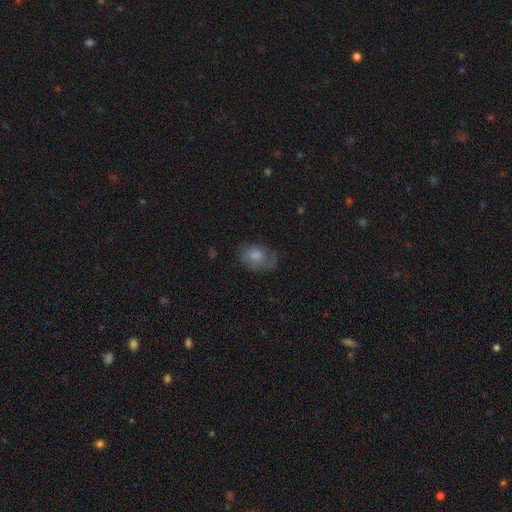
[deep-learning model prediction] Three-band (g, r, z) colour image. It shows a smooth galaxy with no disk features (69%) that is in between round and cigar-shaped (79%). Merging: none (52%).